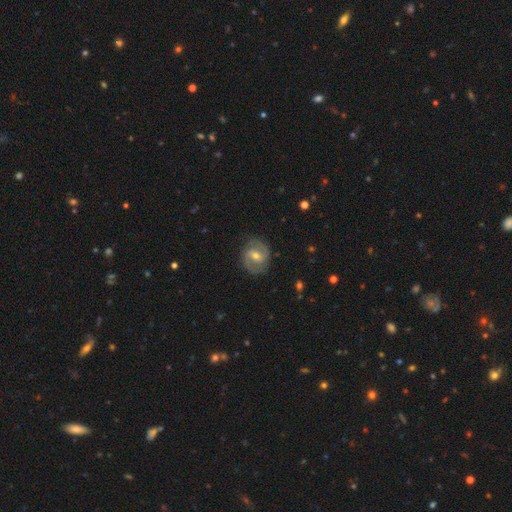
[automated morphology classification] Smooth or featured? Predicted: featured or disk (p=0.78). Edge-on disk? Predicted: no (p=0.97). Bar? Predicted: weak (p=0.52). Spiral arms? Predicted: yes (p=0.90). Spiral winding? Predicted: medium (p=0.48). Spiral arm count? Predicted: 2 (p=0.87). Bulge size? Predicted: moderate (p=0.56). Merging? Predicted: none (p=0.83).